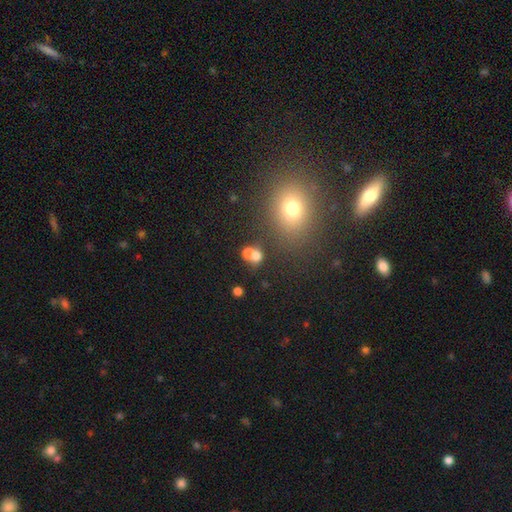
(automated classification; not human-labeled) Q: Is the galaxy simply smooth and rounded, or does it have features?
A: smooth — 70%.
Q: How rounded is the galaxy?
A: round — 66%.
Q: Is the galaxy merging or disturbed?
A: merger — 47%.